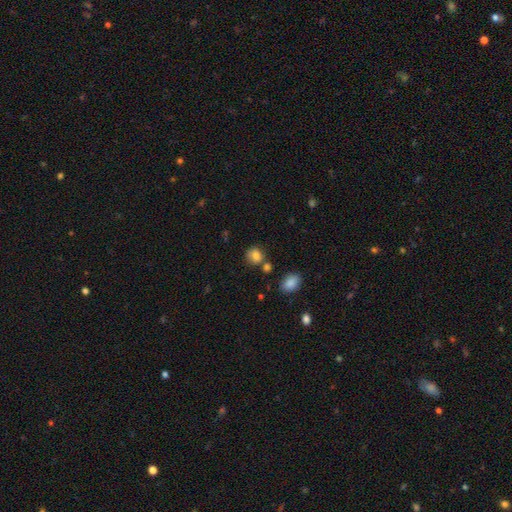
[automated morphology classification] smooth_or_featured: smooth (p=0.81) [alt: star or artifact p=0.11]
how_rounded: round (p=0.72) [alt: in between p=0.27]
merging: none (p=0.67) [alt: minor disturbance p=0.16]